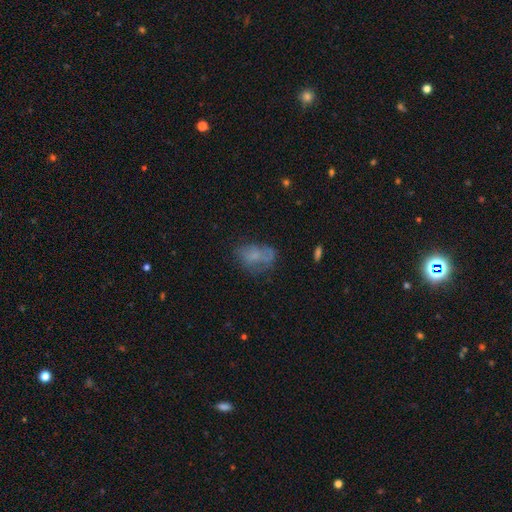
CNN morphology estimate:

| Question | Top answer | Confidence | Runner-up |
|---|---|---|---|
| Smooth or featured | smooth | 57% | featured or disk (30%) |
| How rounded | in between | 83% | round (14%) |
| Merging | none | 46% | minor disturbance (27%) |